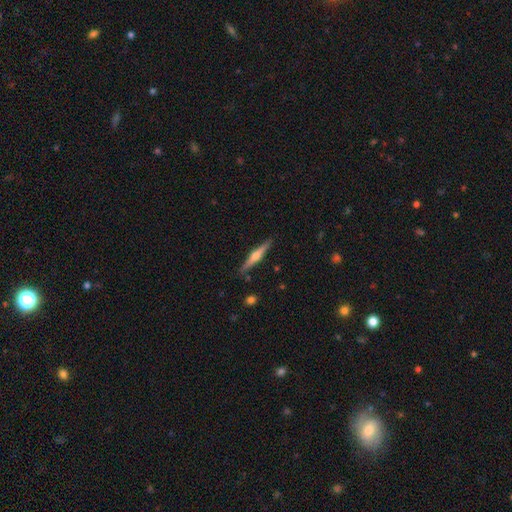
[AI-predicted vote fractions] Smooth or featured: featured or disk — 68% (smooth — 27%)
Edge-on disk: yes — 97% (no — 3%)
Edge-on bulge: rounded — 92% (none — 4%)
Merging: none — 89% (minor disturbance — 8%)